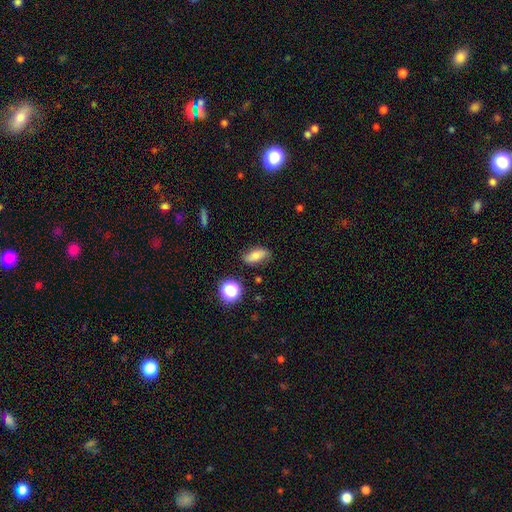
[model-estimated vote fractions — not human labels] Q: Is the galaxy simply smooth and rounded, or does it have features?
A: smooth — 74%.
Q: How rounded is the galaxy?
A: in between — 74%.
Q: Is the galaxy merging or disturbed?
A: none — 79%.